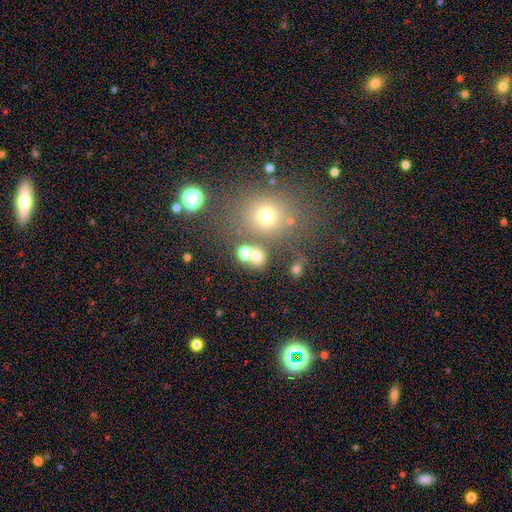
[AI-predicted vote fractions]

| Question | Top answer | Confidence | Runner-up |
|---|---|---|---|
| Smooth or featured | smooth | 68% | star or artifact (20%) |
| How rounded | round | 76% | in between (23%) |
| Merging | none | 55% | merger (29%) |